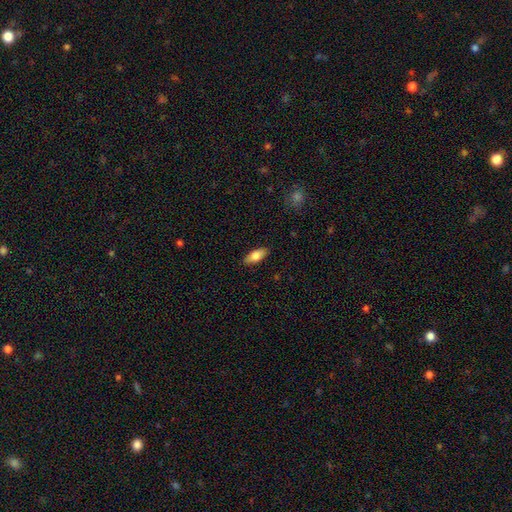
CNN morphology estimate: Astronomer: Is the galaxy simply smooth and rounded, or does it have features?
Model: smooth — 78%.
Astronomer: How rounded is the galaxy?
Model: in between — 77%.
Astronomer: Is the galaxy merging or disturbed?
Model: none — 88%.